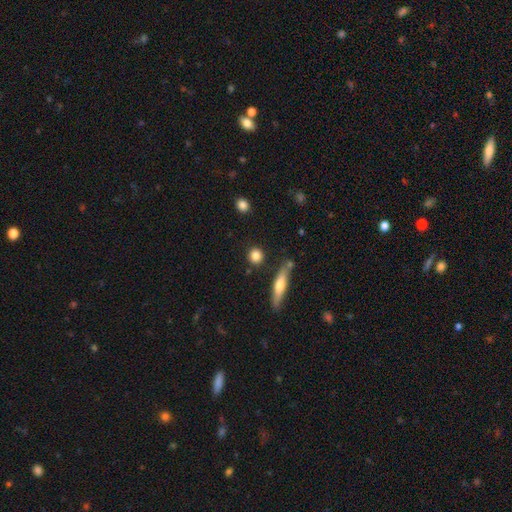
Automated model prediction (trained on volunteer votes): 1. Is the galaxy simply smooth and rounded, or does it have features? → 83% smooth, 8% star or artifact, 8% featured or disk.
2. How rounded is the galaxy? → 84% round, 11% in between, 5% cigar-shaped.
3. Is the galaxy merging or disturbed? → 84% none, 8% minor disturbance, 5% merger, 3% major disturbance.